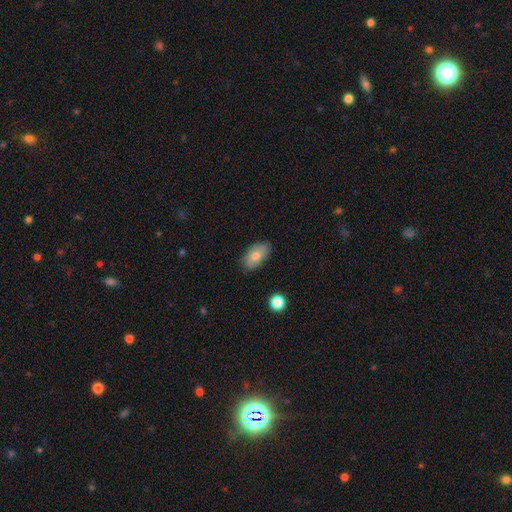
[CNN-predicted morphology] Smooth or featured?
  - smooth: 77% *
  - featured or disk: 16%
  - star or artifact: 7%
How rounded?
  - in between: 93% *
  - round: 5%
  - cigar-shaped: 2%
Merging?
  - none: 80% *
  - minor disturbance: 15%
  - major disturbance: 3%
  - merger: 1%